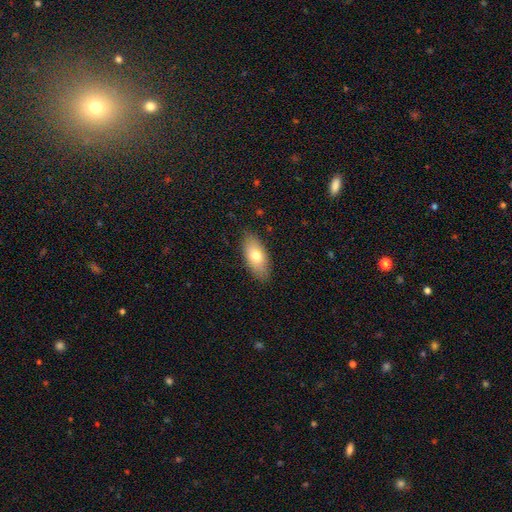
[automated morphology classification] Overall: smooth (73%). How rounded: in between (86%). Merging: none (85%).